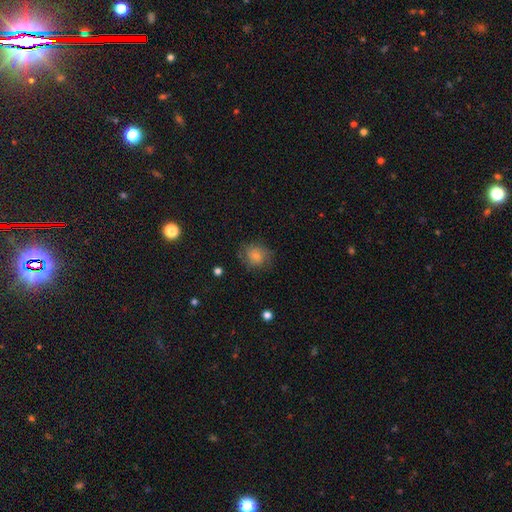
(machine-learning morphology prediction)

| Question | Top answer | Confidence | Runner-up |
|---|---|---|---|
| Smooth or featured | smooth | 62% | featured or disk (28%) |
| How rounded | round | 75% | in between (24%) |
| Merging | none | 70% | minor disturbance (20%) |